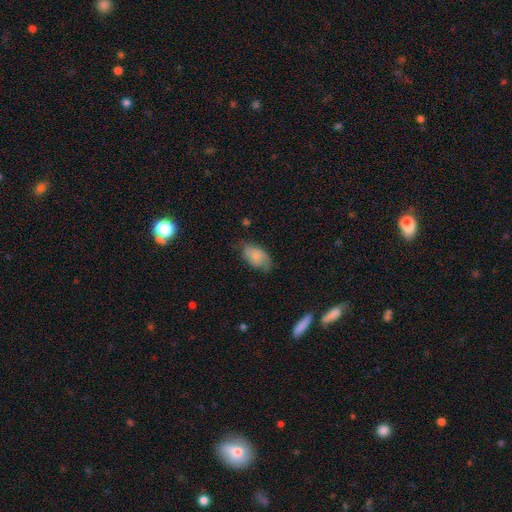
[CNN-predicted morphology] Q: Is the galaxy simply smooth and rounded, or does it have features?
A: smooth — 75%.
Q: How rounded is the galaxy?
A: in between — 93%.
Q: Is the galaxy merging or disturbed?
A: none — 55%.